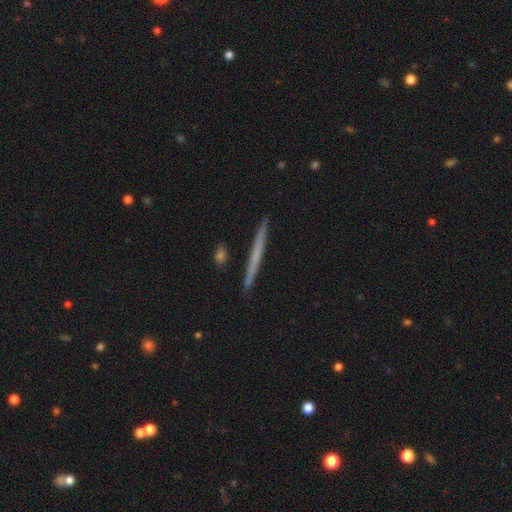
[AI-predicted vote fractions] A featured or disk galaxy (49%).

Vote fractions:
- Smooth or featured? featured or disk: 49% / smooth: 45% / star or artifact: 6%
- Merging? none: 91% / minor disturbance: 6% / merger: 2% / major disturbance: 1%